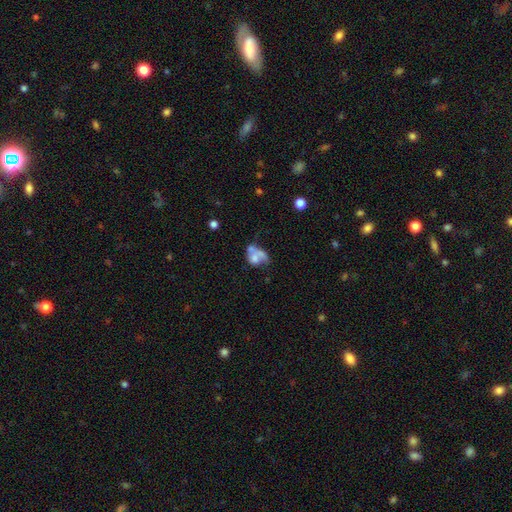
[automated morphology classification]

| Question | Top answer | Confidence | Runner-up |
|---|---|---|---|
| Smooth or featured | smooth | 52% | featured or disk (37%) |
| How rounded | in between | 65% | round (33%) |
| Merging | merger | 44% | major disturbance (24%) |